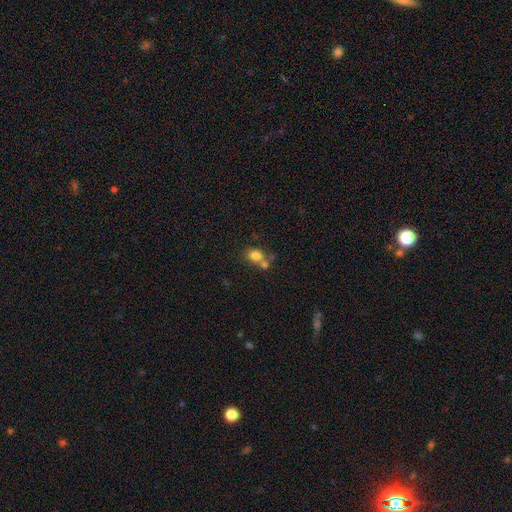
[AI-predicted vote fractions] Smooth or featured: smooth — 79% (star or artifact — 11%)
How rounded: round — 66% (in between — 33%)
Merging: none — 44% (merger — 43%)